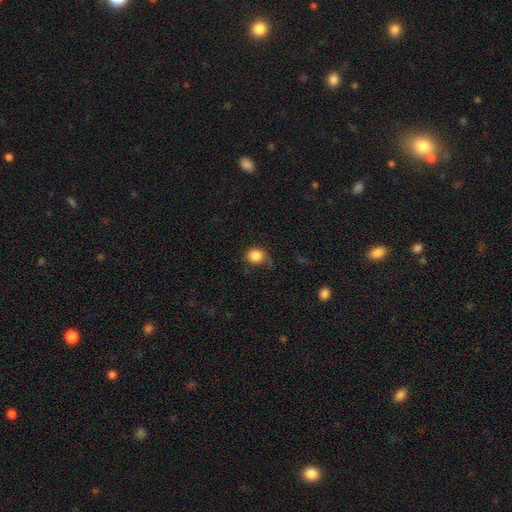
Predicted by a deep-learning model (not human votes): Smooth or featured? Predicted: smooth (p=0.85). How rounded? Predicted: round (p=0.77). Merging? Predicted: none (p=0.69).